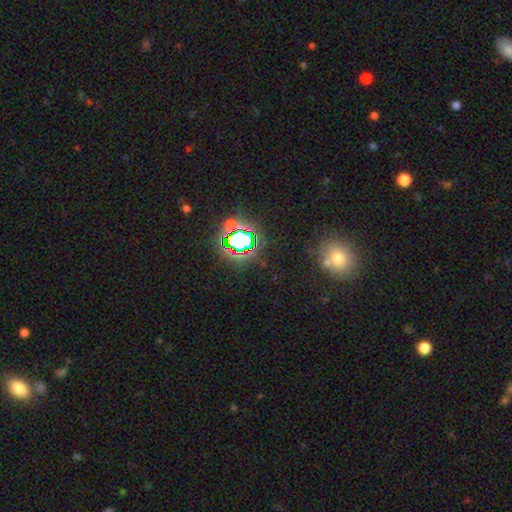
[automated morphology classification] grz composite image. It shows a star or artifact, not a galaxy (73%).